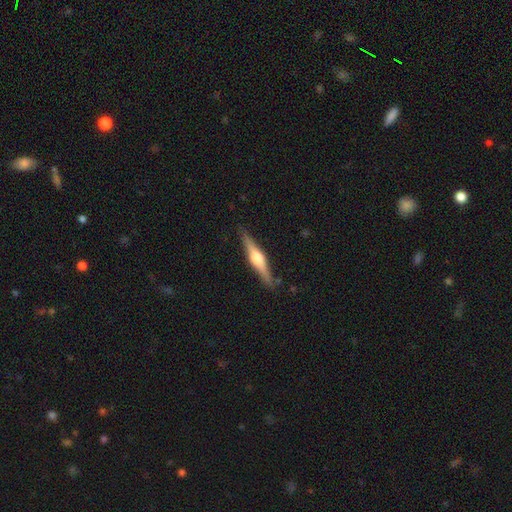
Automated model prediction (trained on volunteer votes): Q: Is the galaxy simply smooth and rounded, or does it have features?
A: featured or disk — 71%.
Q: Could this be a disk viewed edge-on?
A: yes — 97%.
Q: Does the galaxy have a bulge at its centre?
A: rounded — 90%.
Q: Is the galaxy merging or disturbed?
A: none — 87%.